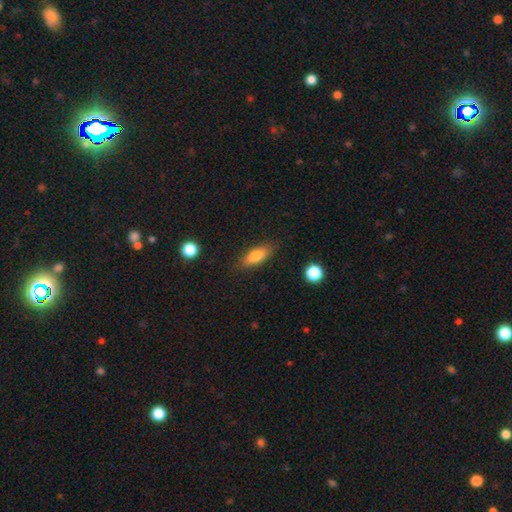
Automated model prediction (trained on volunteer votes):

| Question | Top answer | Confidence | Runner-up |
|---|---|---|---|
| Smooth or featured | smooth | 77% | featured or disk (15%) |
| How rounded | in between | 69% | cigar-shaped (28%) |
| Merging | none | 84% | minor disturbance (12%) |